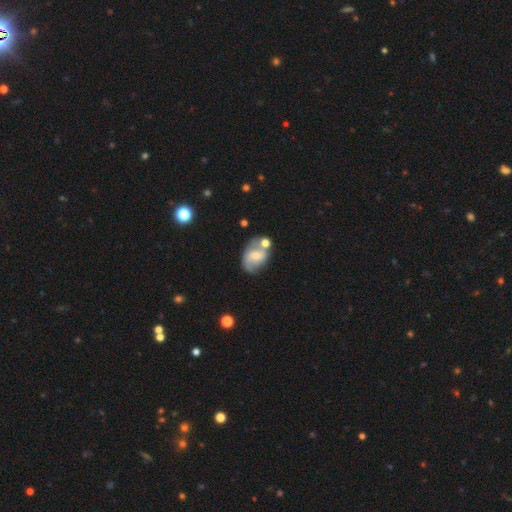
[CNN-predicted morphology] This is possibly a featured or disk galaxy (53%). It is clearly not viewed edge-on (96%). Bar: possibly weak (46%). Spiral arm pattern: likely yes (77%). Central bulge: possibly small (48%). Merging: possibly none (47%).